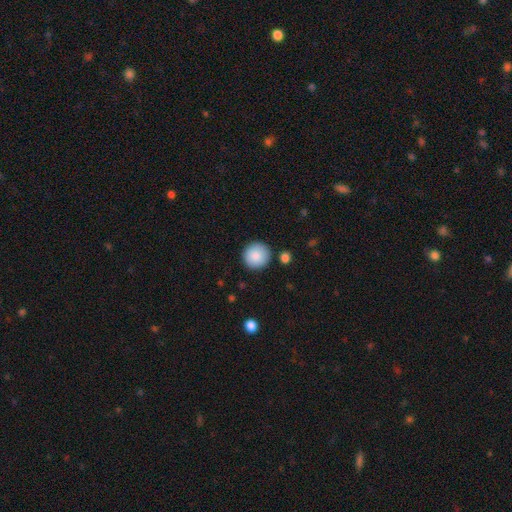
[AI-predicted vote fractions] smooth-or-featured: smooth: 88% | star or artifact: 7% | featured or disk: 5%
  how-rounded: round: 95% | in between: 4% | cigar-shaped: 1%
  merging: none: 89% | minor disturbance: 7% | merger: 2% | major disturbance: 2%